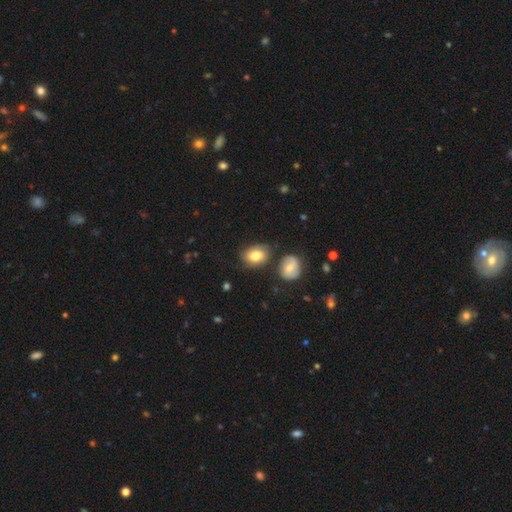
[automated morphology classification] A smooth galaxy with no disk features (74%) that is in between round and cigar-shaped (72%). Merging: none (65%).